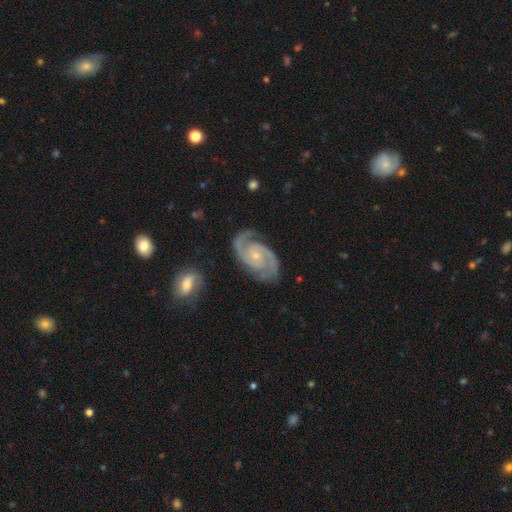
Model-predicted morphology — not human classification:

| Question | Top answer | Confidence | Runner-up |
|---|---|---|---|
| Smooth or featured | featured or disk | 93% | star or artifact (4%) |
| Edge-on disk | no | 98% | yes (2%) |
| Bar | no | 64% | weak (27%) |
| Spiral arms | yes | 99% | no (1%) |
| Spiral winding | tight | 51% | medium (43%) |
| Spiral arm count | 2 | 93% | 3 (2%) |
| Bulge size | small | 73% | moderate (21%) |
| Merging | none | 81% | minor disturbance (13%) |